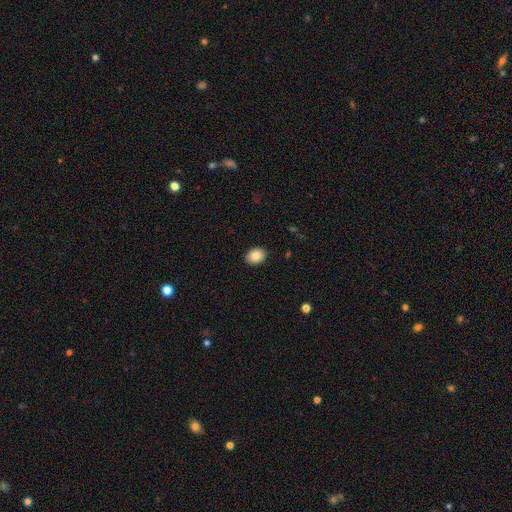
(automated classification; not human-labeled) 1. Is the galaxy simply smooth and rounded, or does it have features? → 86% smooth, 8% star or artifact, 6% featured or disk.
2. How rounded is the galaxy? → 69% in between, 30% round, 1% cigar-shaped.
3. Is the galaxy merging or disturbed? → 91% none, 7% minor disturbance, 2% major disturbance, 1% merger.